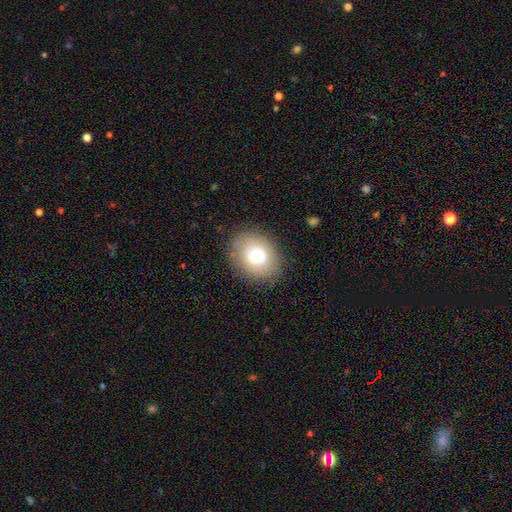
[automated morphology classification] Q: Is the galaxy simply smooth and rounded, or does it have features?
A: smooth — 63%.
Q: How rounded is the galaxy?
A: round — 58%.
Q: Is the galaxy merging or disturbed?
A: none — 81%.